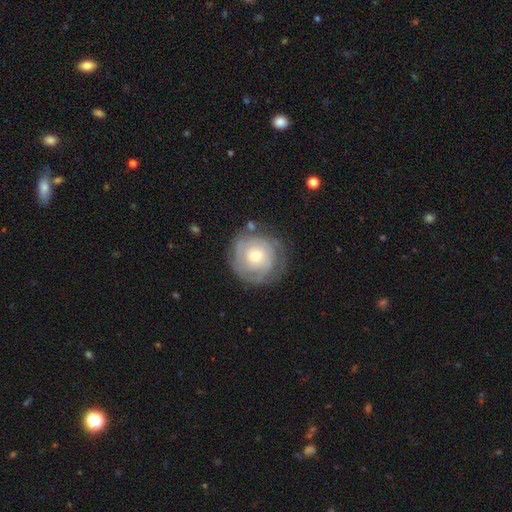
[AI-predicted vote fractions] A featured or disk galaxy (68%) with no bar (78%), tight (77%) spiral arms (82%) and a moderate central bulge (52%). Merging: none (75%).